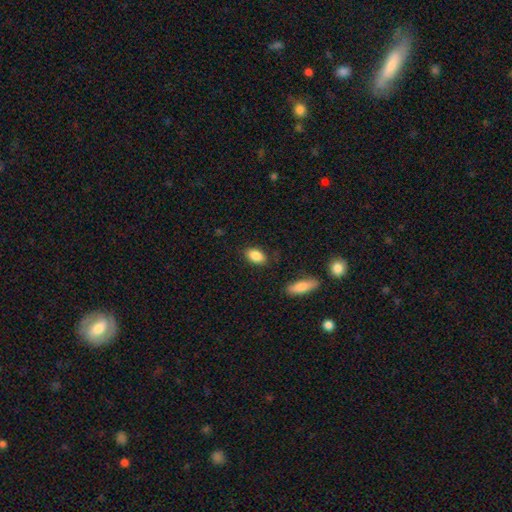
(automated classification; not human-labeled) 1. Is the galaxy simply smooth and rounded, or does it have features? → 87% smooth, 7% star or artifact, 6% featured or disk.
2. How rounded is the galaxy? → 90% in between, 7% round, 4% cigar-shaped.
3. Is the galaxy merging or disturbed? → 84% none, 11% minor disturbance, 3% major disturbance, 2% merger.